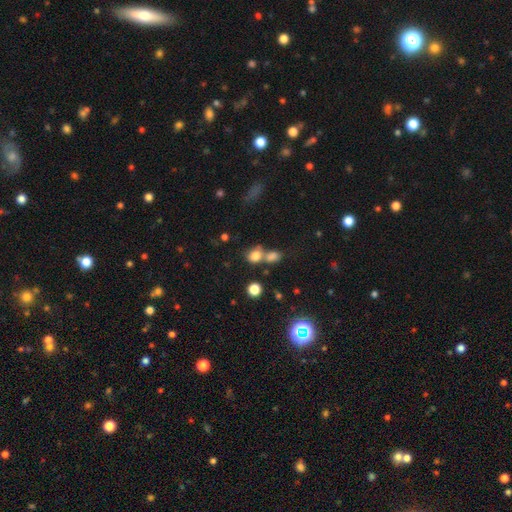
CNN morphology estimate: This appears to be a smooth galaxy with no disk features (78%) that is round (51%). Merging: merger (45%).